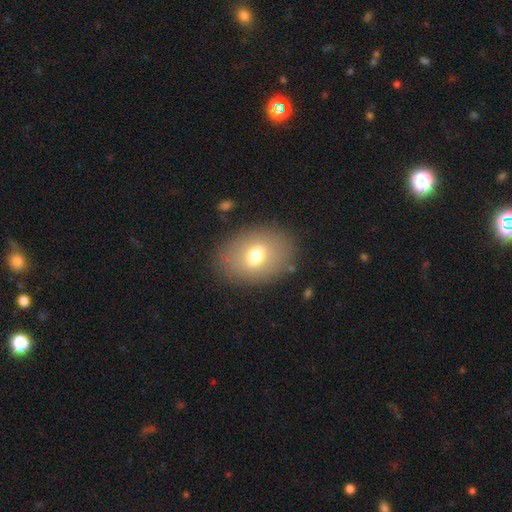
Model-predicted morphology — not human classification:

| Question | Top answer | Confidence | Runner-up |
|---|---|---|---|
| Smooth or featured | smooth | 67% | featured or disk (23%) |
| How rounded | in between | 69% | round (30%) |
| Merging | none | 85% | minor disturbance (9%) |